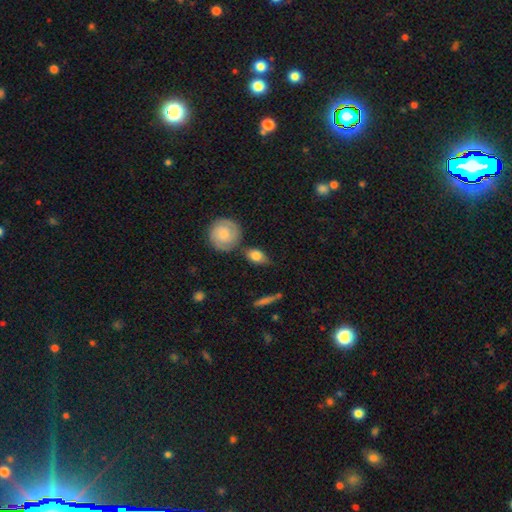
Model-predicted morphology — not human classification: Smooth or featured? smooth (68%)
How rounded? in between (73%)
Merging? none (66%)